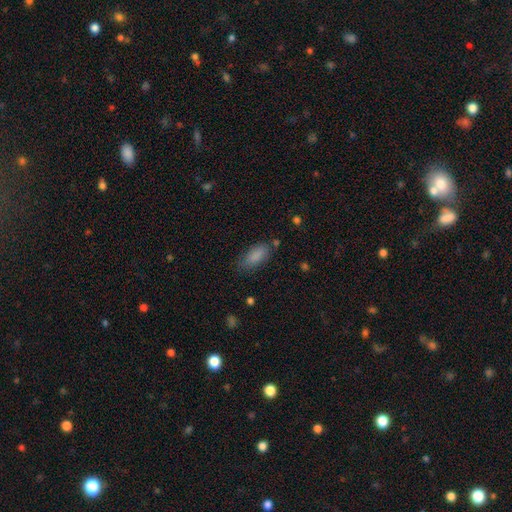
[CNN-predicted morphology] A smooth galaxy with no disk features (86%) that is in between round and cigar-shaped (85%).

Vote fractions:
- Smooth or featured? smooth: 86% / star or artifact: 7% / featured or disk: 7%
- How rounded? in between: 85% / cigar-shaped: 13% / round: 2%
- Merging? none: 73% / minor disturbance: 19% / major disturbance: 5% / merger: 3%